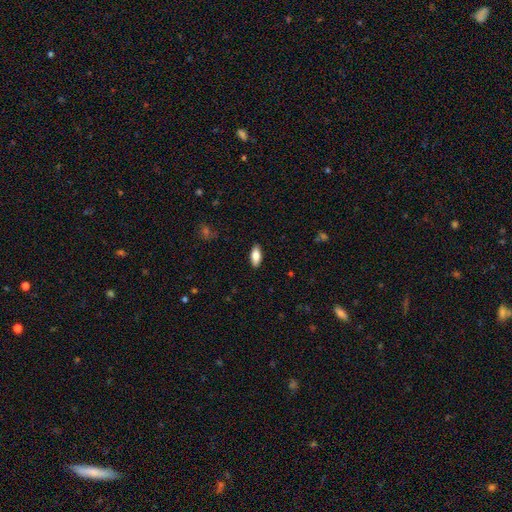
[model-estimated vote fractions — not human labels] Smooth or featured? smooth (81%)
How rounded? in between (85%)
Merging? none (89%)